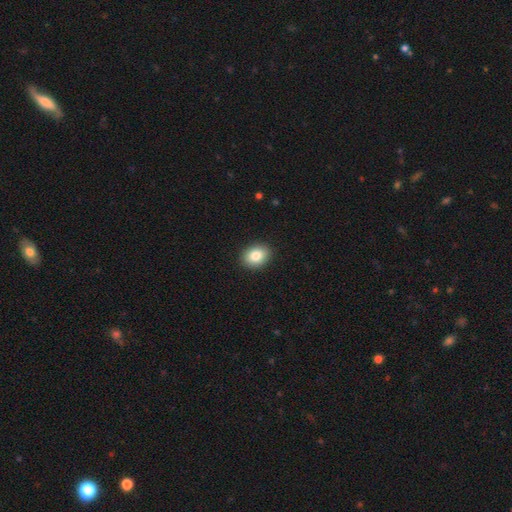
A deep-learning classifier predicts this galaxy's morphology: Smooth or featured? smooth (83%)
How rounded? in between (64%)
Merging? none (91%)